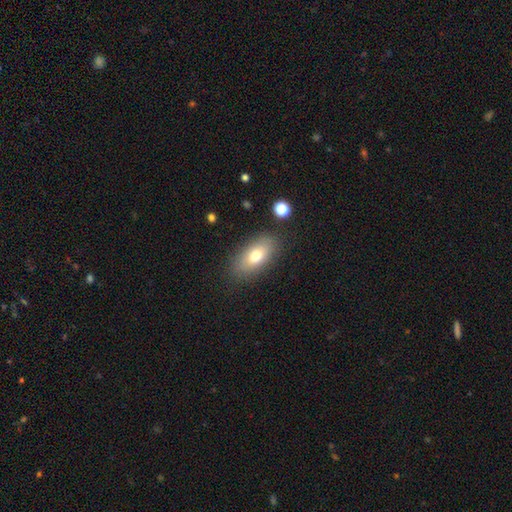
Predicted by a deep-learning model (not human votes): smooth 75%, featured or disk 17%, star or artifact 8%. Down the decision tree: how rounded — in between (87%); merging — none (83%).